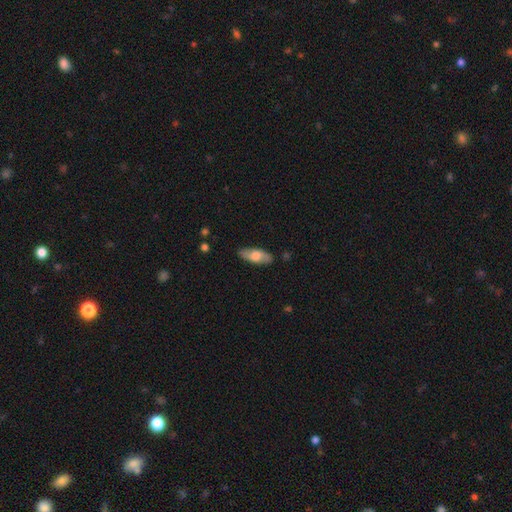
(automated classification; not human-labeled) A smooth galaxy with no disk features (61%) that is in between round and cigar-shaped (75%). Merging: none (85%).